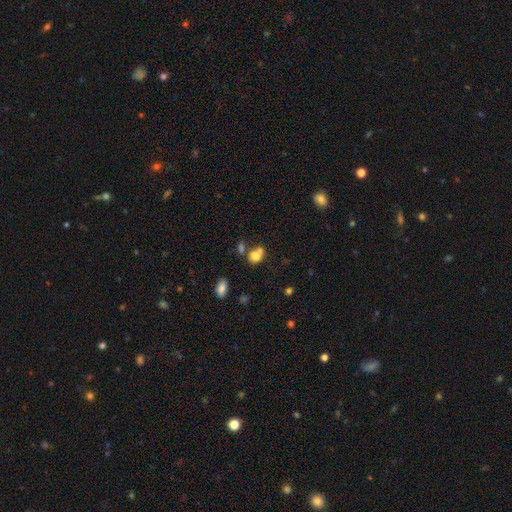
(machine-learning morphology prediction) type=smooth (74%); roundness=in between (53%); merging=merger (49%).